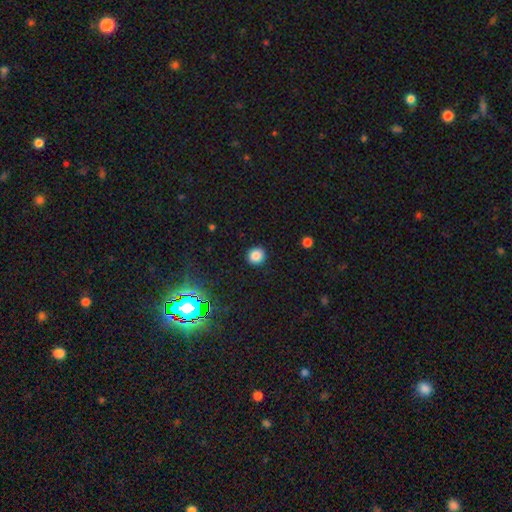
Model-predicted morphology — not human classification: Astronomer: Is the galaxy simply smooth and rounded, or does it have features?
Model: smooth — 82%.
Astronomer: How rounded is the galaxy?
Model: round — 90%.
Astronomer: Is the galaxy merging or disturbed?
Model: none — 92%.